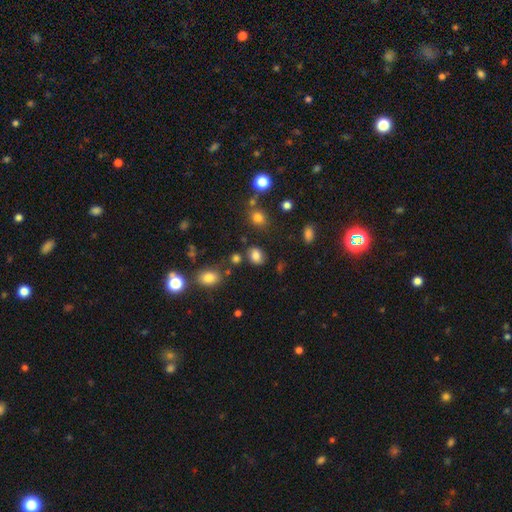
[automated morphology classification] Overall: smooth (81%). How rounded: in between (60%; round 38%). Merging: none (78%).